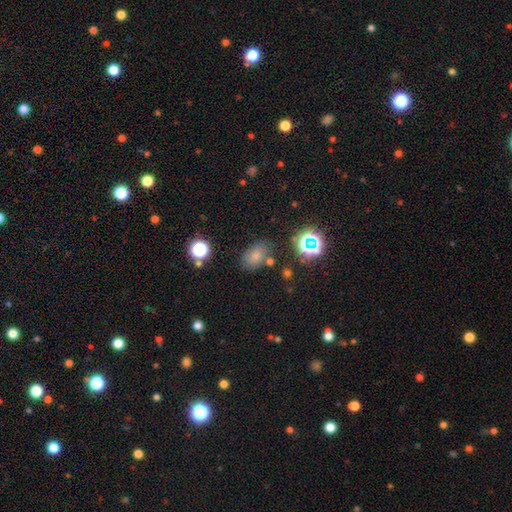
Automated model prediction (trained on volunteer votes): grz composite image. It shows a smooth galaxy with no disk features (71%) that is in between round and cigar-shaped (79%). Merging: none (70%).